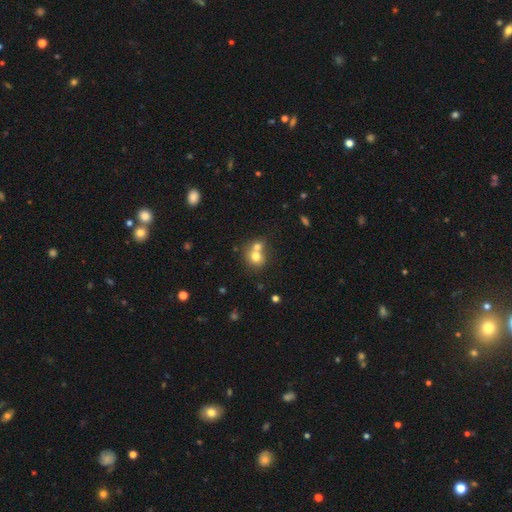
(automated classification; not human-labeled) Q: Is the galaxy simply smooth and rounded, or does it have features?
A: smooth — 72%.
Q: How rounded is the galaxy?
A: round — 74%.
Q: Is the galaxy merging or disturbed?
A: merger — 57%.